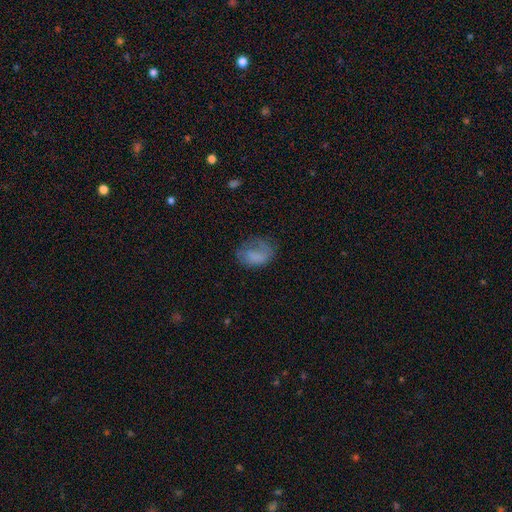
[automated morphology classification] This is likely a smooth galaxy (69%). How rounded: likely in between (73%). Merging: marginally none (44%).